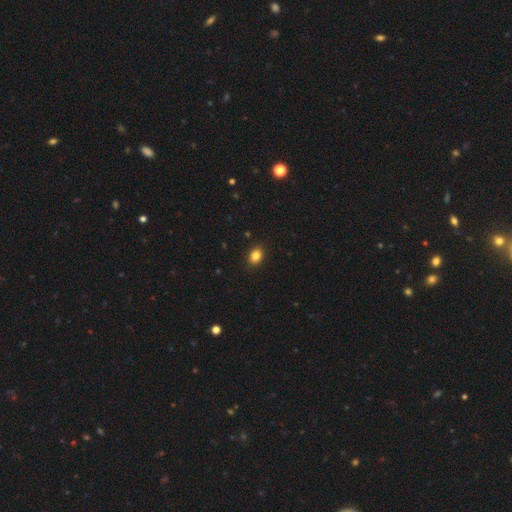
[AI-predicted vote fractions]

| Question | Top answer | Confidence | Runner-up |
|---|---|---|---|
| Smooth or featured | smooth | 85% | star or artifact (10%) |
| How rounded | in between | 62% | round (36%) |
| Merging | none | 89% | minor disturbance (8%) |